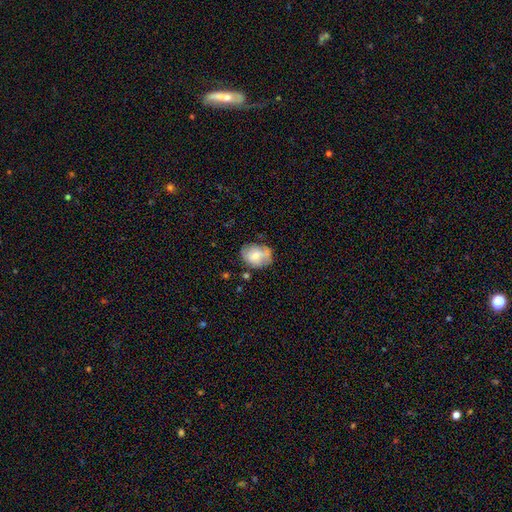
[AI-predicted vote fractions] This appears to be a smooth galaxy with no disk features (58%) that is in between round and cigar-shaped (59%). Merging: none (52%).